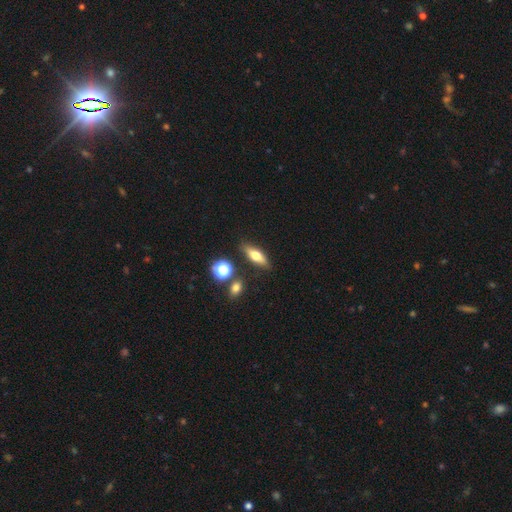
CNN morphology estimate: The model was most divided on "how rounded": in between: 50%, cigar-shaped: 44%, round: 6%. More confident: merging — none (83%); smooth or featured — smooth (53%).